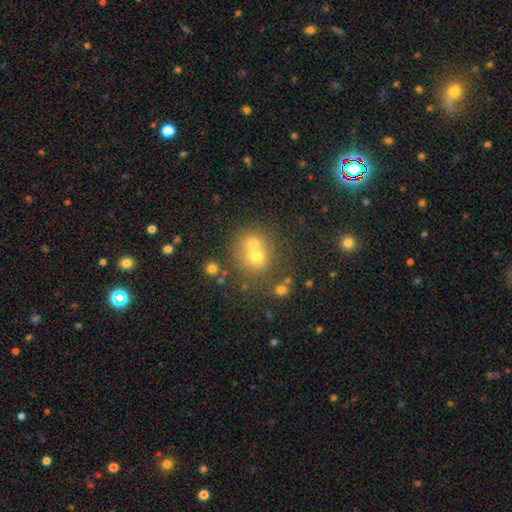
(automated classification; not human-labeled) Overall: smooth (63%). How rounded: round (81%). Merging: merger (51%; none 39%).